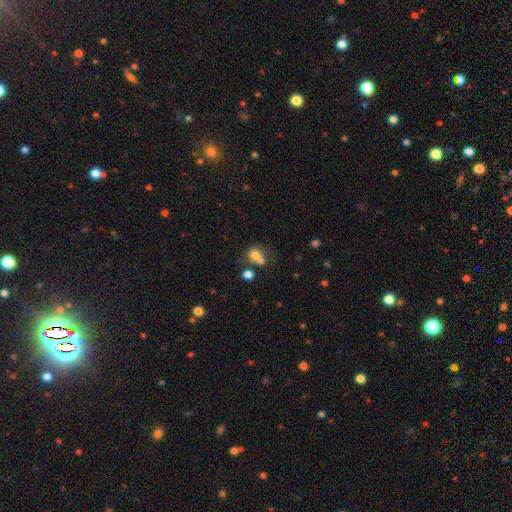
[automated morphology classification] type=smooth (72%); roundness=round (61%); merging=merger (47%).